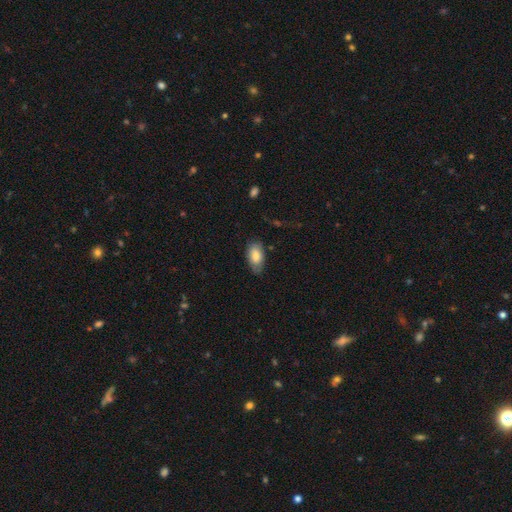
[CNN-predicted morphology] smooth_or_featured: smooth (p=0.82) [alt: featured or disk p=0.11]
how_rounded: in between (p=0.93) [alt: cigar-shaped p=0.04]
merging: none (p=0.73) [alt: minor disturbance p=0.21]